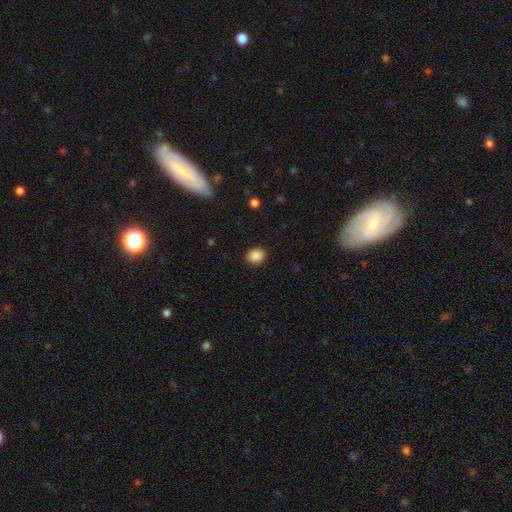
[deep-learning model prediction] This is clearly a smooth galaxy (88%). How rounded: possibly round (50%). Merging: clearly none (87%).